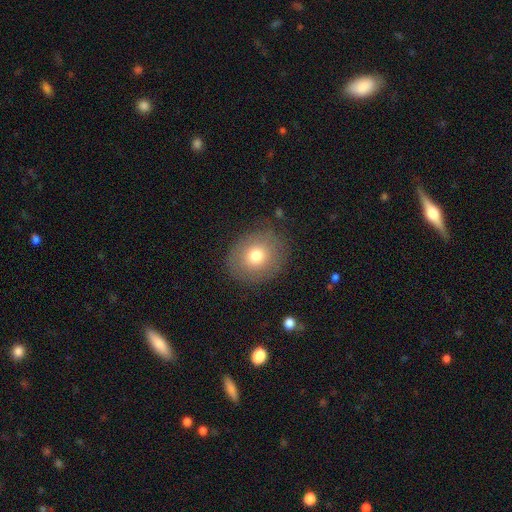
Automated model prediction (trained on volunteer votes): A smooth galaxy with no disk features (74%) that is round (76%). Merging: none (83%).